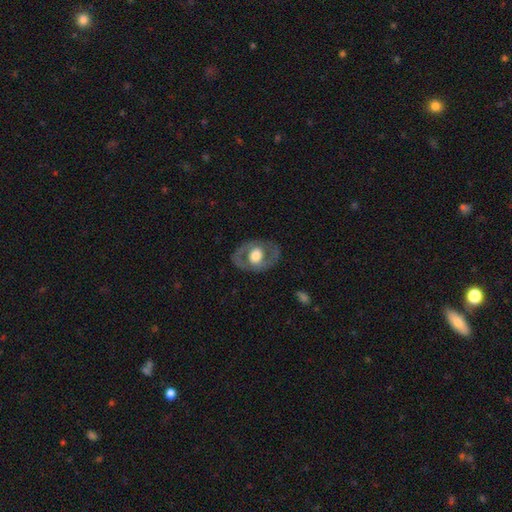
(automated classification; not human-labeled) featured or disk 63%, smooth 32%, star or artifact 5%. Down the decision tree: edge-on disk — no (93%); bar — no (74%); spiral arms — no (66%); bulge size — large (53%); merging — none (78%).